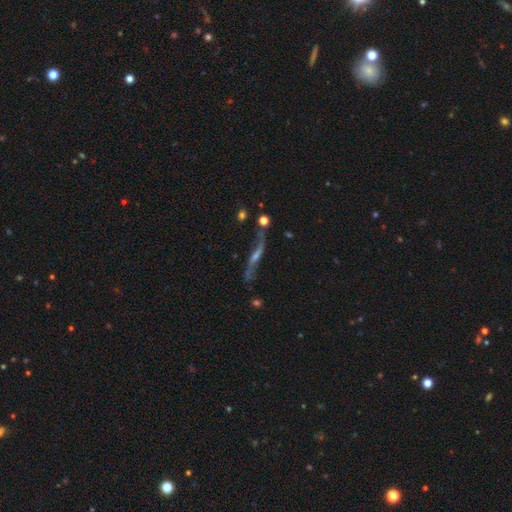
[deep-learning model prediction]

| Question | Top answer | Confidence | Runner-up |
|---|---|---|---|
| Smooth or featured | featured or disk | 67% | smooth (23%) |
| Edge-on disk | no | 55% | yes (45%) |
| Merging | none | 47% | minor disturbance (23%) |